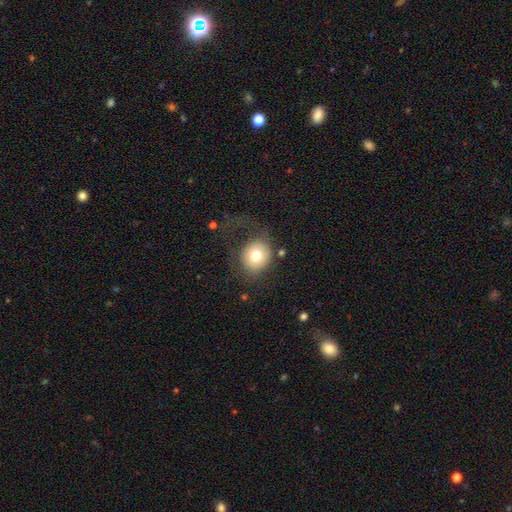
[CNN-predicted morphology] Smooth or featured? Predicted: smooth (p=0.73). How rounded? Predicted: round (p=0.80). Merging? Predicted: none (p=0.60).